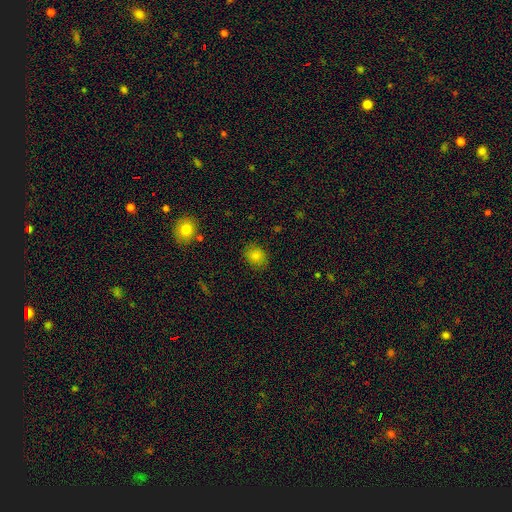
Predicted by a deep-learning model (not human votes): Smooth or featured? smooth (79%)
How rounded? round (58%)
Merging? none (86%)